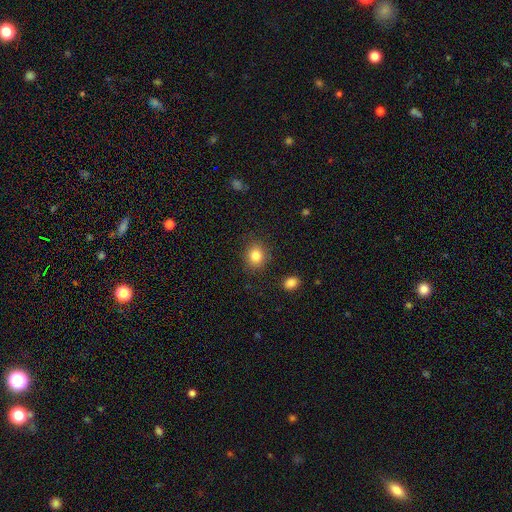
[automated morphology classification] Smooth or featured: smooth — 83% (star or artifact — 11%)
How rounded: round — 71% (in between — 28%)
Merging: none — 86% (minor disturbance — 9%)